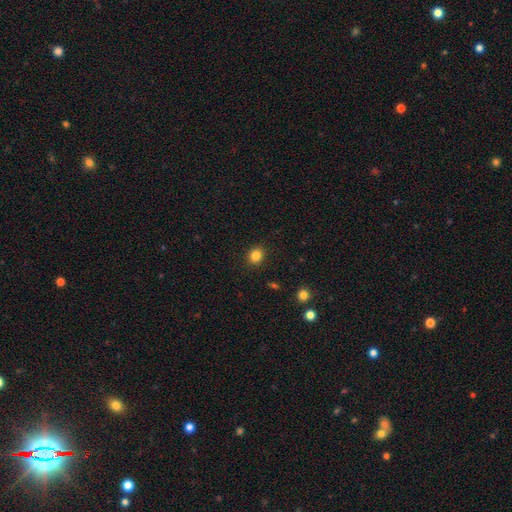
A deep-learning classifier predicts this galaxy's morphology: Smooth or featured? smooth (84%)
How rounded? round (75%)
Merging? none (90%)